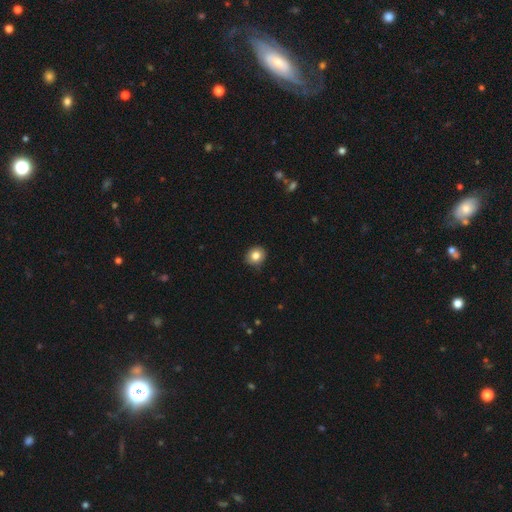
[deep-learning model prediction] This appears to be a smooth galaxy with no disk features (83%) that is round (77%). Merging: none (89%).